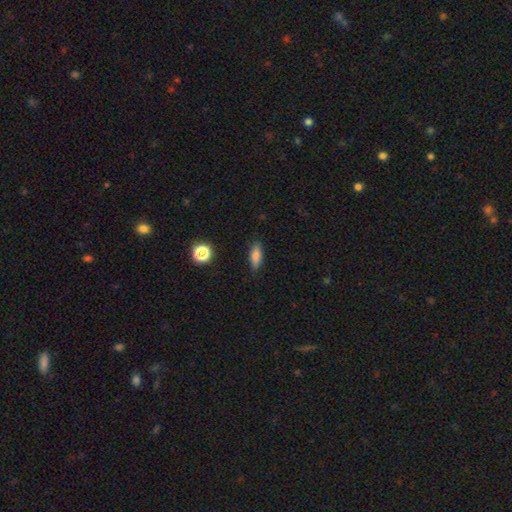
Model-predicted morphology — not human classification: A smooth galaxy with no disk features (80%) that is in between round and cigar-shaped (62%).

Vote fractions:
- Smooth or featured? smooth: 80% / featured or disk: 11% / star or artifact: 9%
- How rounded? in between: 62% / cigar-shaped: 34% / round: 4%
- Merging? none: 85% / minor disturbance: 11% / major disturbance: 3% / merger: 1%